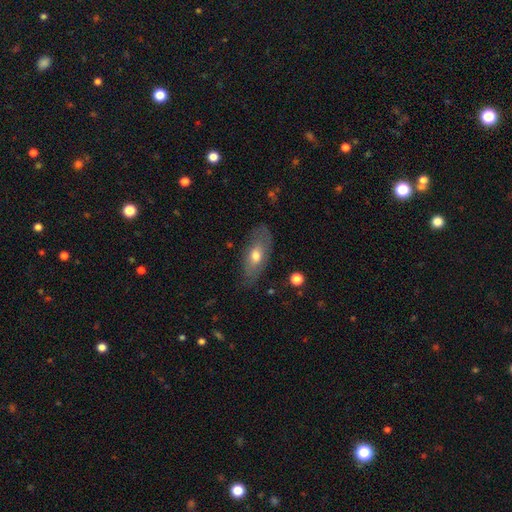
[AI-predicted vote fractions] smooth_or_featured: smooth (p=0.60) [alt: featured or disk p=0.33]
how_rounded: in between (p=0.80) [alt: cigar-shaped p=0.16]
merging: none (p=0.72) [alt: minor disturbance p=0.21]